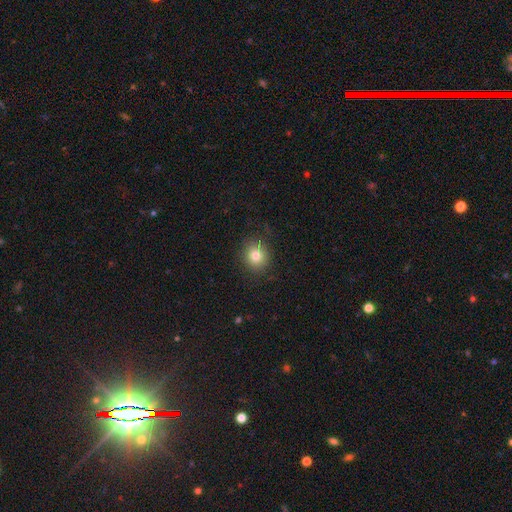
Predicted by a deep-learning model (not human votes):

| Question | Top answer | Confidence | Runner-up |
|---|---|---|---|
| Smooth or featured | smooth | 80% | star or artifact (12%) |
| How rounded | round | 84% | in between (15%) |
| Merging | none | 86% | minor disturbance (10%) |